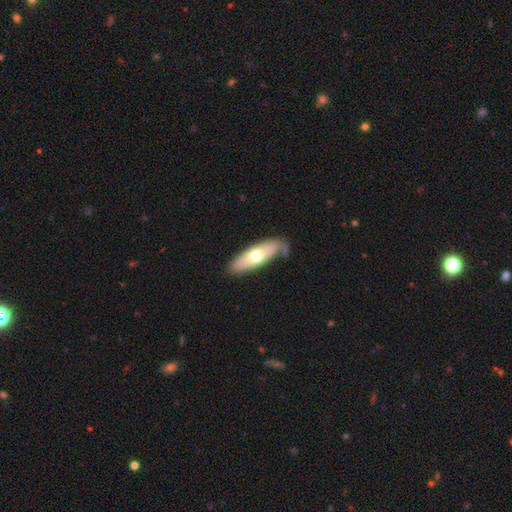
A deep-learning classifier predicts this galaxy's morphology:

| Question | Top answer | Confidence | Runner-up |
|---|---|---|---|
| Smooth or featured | smooth | 60% | featured or disk (35%) |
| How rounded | in between | 57% | cigar-shaped (41%) |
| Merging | none | 69% | minor disturbance (20%) |